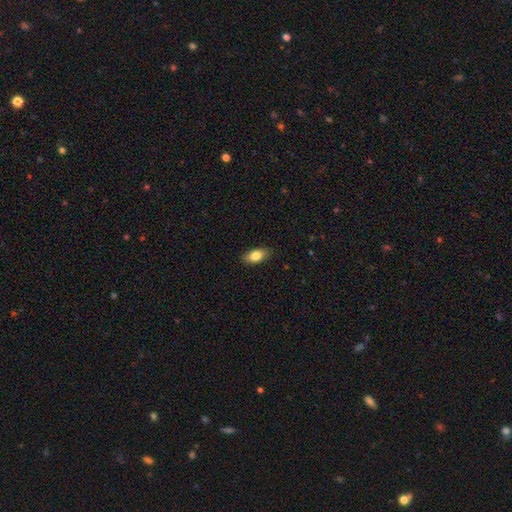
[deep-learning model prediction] smooth 82%, featured or disk 11%, star or artifact 7%. Down the decision tree: how rounded — in between (90%); merging — none (87%).